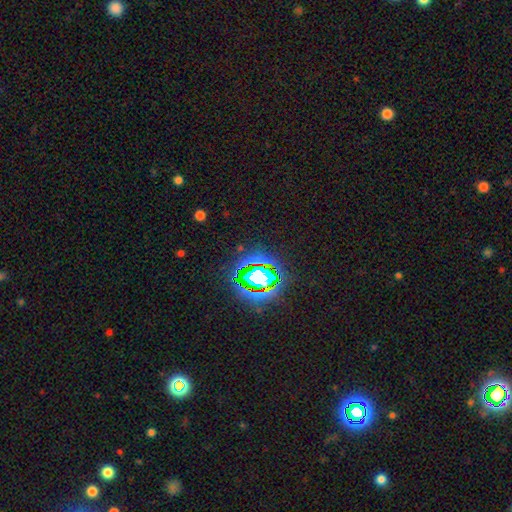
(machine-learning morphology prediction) Q: Smooth or featured?
A: star or artifact (78%); runner-up: smooth (13%)